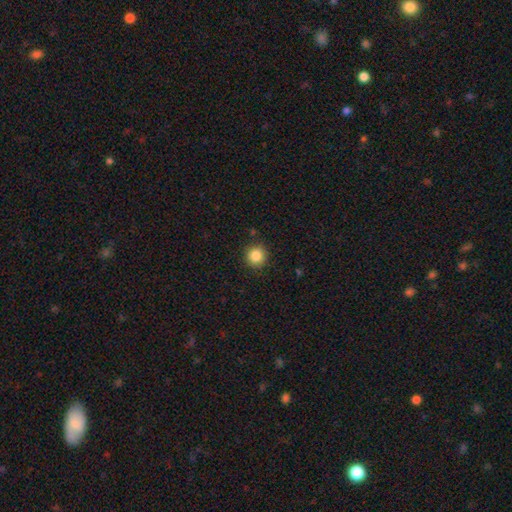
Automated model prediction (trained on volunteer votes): This is clearly a smooth galaxy (86%). How rounded: clearly round (93%). Merging: clearly none (89%).